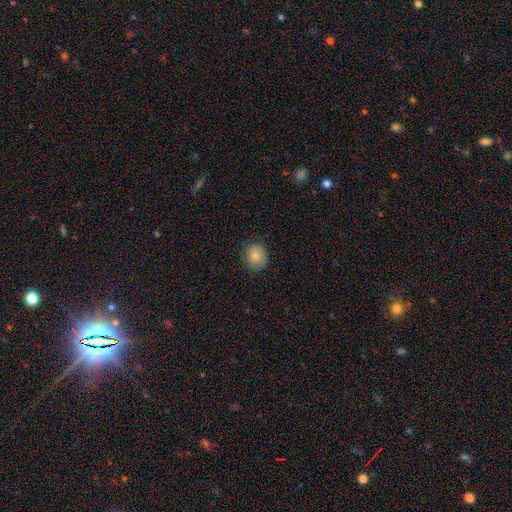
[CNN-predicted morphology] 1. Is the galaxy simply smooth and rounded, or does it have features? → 85% smooth, 8% star or artifact, 7% featured or disk.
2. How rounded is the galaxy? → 85% round, 14% in between, 1% cigar-shaped.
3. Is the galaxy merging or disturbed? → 82% none, 14% minor disturbance, 3% major disturbance, 1% merger.